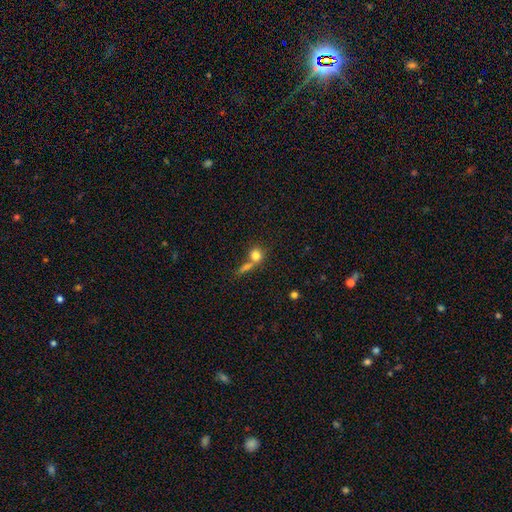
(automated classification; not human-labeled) Morphology: type=smooth (78%); roundness=round (79%); merging=none (43%).